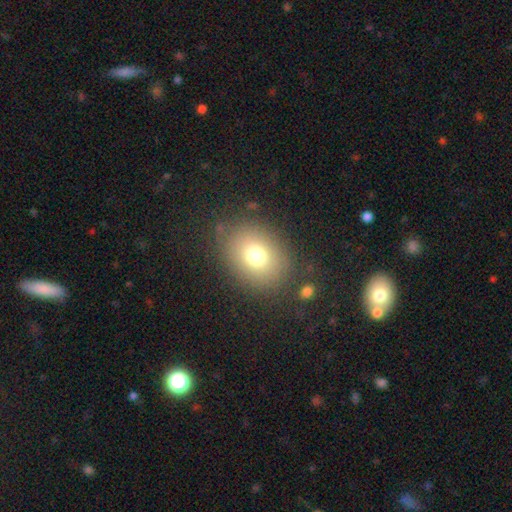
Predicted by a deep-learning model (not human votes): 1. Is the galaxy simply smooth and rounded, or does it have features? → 74% smooth, 13% star or artifact, 13% featured or disk.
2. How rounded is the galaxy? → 53% in between, 46% round, 1% cigar-shaped.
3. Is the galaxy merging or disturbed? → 81% none, 12% minor disturbance, 5% major disturbance, 2% merger.